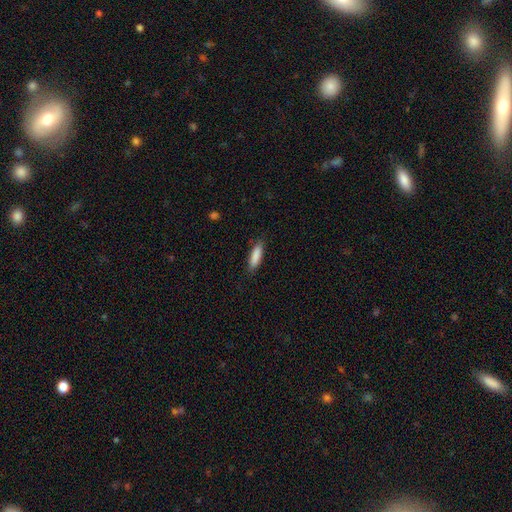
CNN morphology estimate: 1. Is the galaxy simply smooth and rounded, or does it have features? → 87% smooth, 6% featured or disk, 6% star or artifact.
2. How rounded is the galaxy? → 63% cigar-shaped, 35% in between, 1% round.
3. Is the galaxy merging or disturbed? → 85% none, 12% minor disturbance, 2% major disturbance, 1% merger.